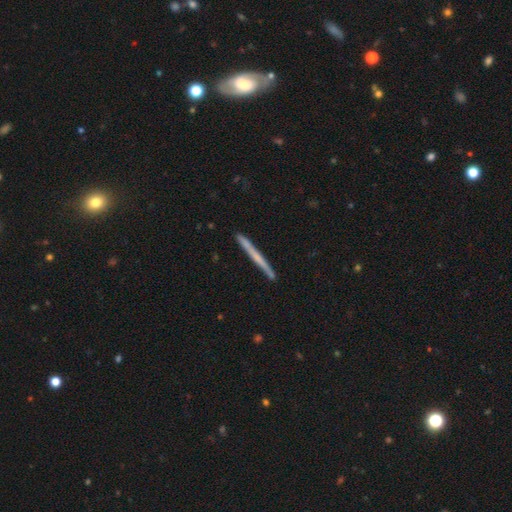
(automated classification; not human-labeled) Smooth or featured? featured or disk (50%)
Merging? none (90%)